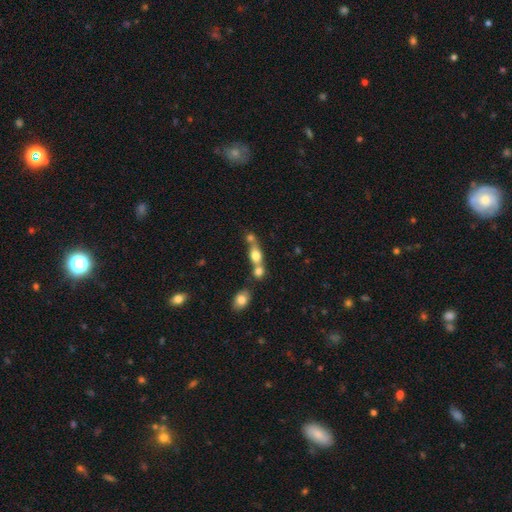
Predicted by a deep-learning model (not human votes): The model was most divided on "how rounded": in between: 53%, round: 33%, cigar-shaped: 14%. More confident: smooth or featured — smooth (68%); merging — merger (54%).